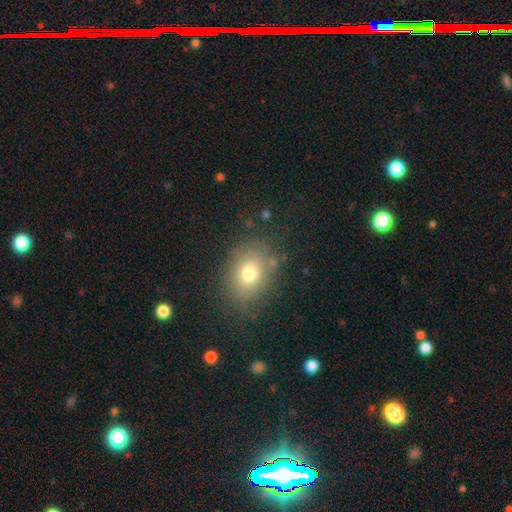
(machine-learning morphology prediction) Q: Smooth or featured?
A: smooth (73%); runner-up: star or artifact (15%)
Q: How rounded?
A: in between (61%); runner-up: round (38%)
Q: Merging?
A: none (82%); runner-up: minor disturbance (12%)